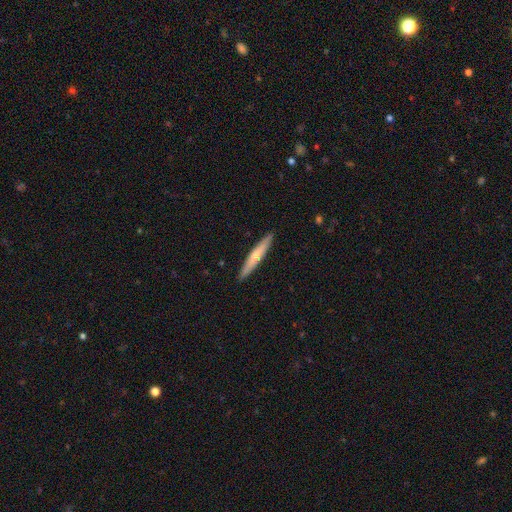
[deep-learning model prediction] Smooth or featured?
  - smooth: 54% *
  - featured or disk: 40%
  - star or artifact: 5%
How rounded?
  - cigar-shaped: 94% *
  - in between: 5%
  - round: 1%
Merging?
  - none: 91% *
  - minor disturbance: 7%
  - major disturbance: 1%
  - merger: 1%